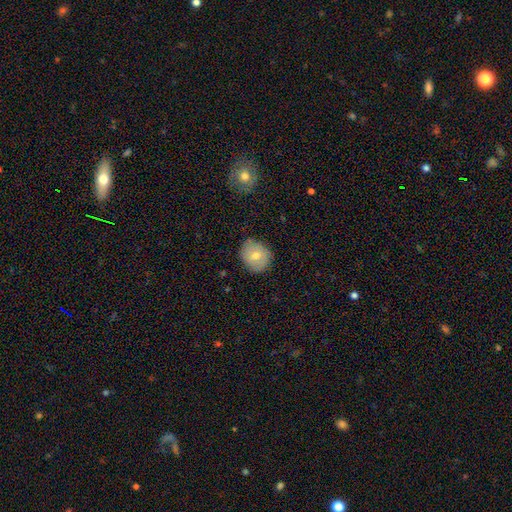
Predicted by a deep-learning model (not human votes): smooth-or-featured: smooth: 69% | featured or disk: 23% | star or artifact: 8%
  how-rounded: round: 68% | in between: 31% | cigar-shaped: 1%
  merging: none: 81% | minor disturbance: 15% | major disturbance: 3% | merger: 1%